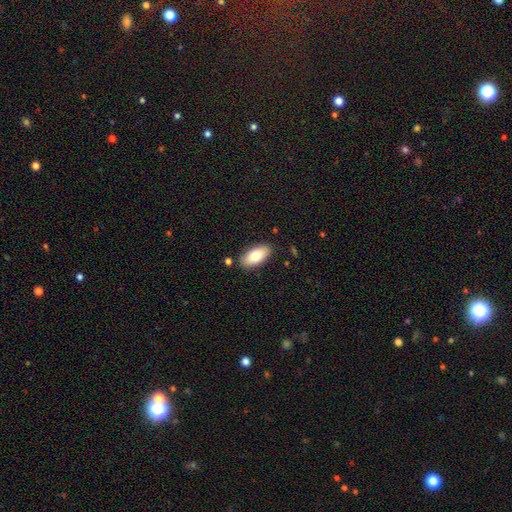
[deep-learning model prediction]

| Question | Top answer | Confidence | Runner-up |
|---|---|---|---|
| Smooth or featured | smooth | 77% | featured or disk (17%) |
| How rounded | in between | 91% | cigar-shaped (6%) |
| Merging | none | 85% | minor disturbance (10%) |